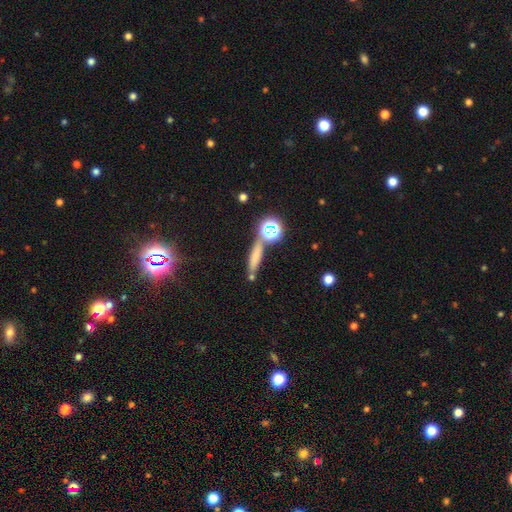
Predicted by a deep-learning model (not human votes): Q: Smooth or featured?
A: smooth (67%); runner-up: star or artifact (18%)
Q: How rounded?
A: cigar-shaped (76%); runner-up: in between (17%)
Q: Merging?
A: none (70%); runner-up: merger (14%)